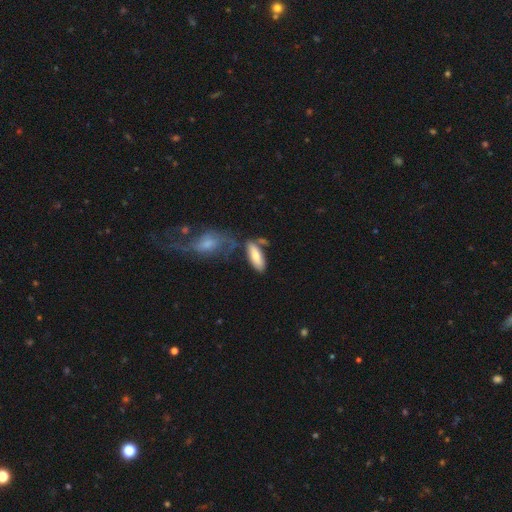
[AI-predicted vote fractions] Morphology: type=smooth (73%); roundness=in between (66%); merging=none (51%).